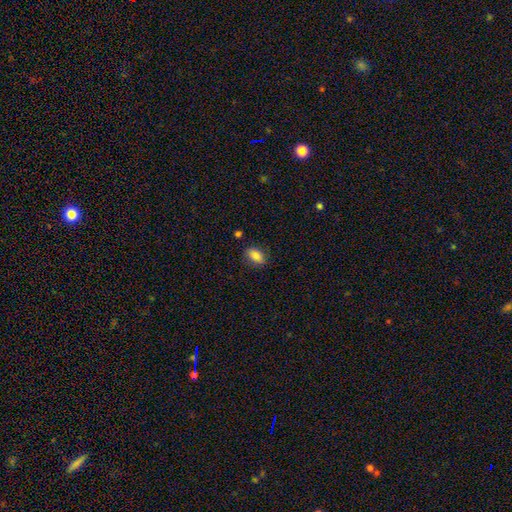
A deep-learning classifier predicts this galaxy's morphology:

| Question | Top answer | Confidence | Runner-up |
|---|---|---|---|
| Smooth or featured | smooth | 84% | featured or disk (8%) |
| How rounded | in between | 88% | round (9%) |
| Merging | none | 83% | minor disturbance (12%) |